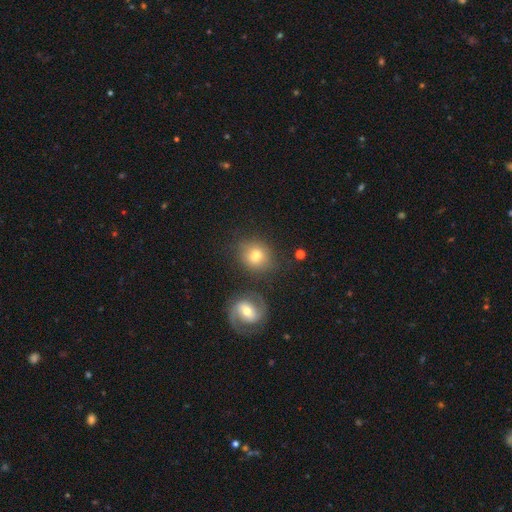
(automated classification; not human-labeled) Smooth or featured: smooth — 72% (featured or disk — 17%)
How rounded: round — 79% (in between — 20%)
Merging: none — 73% (minor disturbance — 13%)